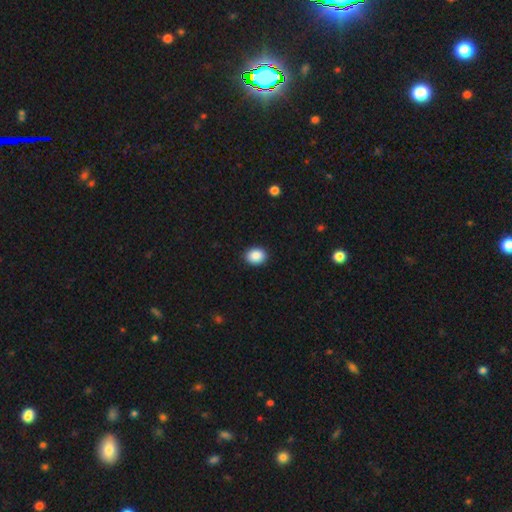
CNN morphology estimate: A smooth galaxy with no disk features (89%) that is round (51%). Merging: none (91%).